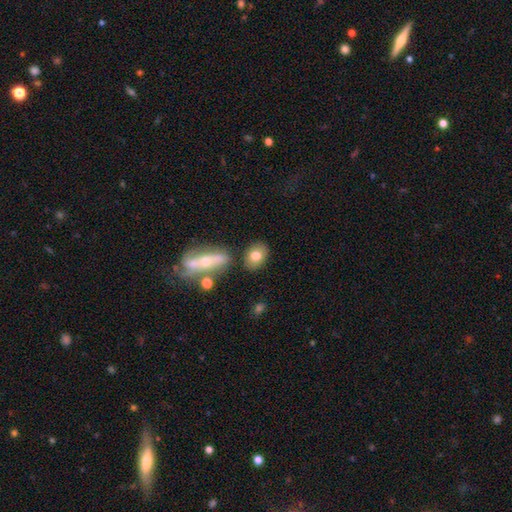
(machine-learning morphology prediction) The model was most divided on "how rounded": in between: 70%, round: 28%, cigar-shaped: 2%. More confident: merging — none (78%); smooth or featured — smooth (75%).